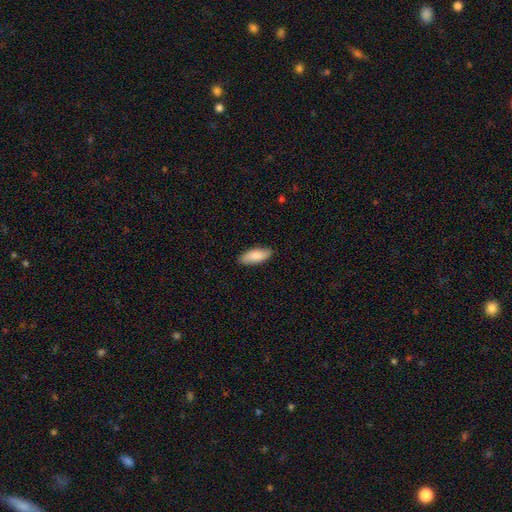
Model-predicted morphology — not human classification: A smooth galaxy with no disk features (87%) that is in between round and cigar-shaped (77%).

Vote fractions:
- Smooth or featured? smooth: 87% / featured or disk: 8% / star or artifact: 5%
- How rounded? in between: 77% / cigar-shaped: 21% / round: 2%
- Merging? none: 87% / minor disturbance: 10% / major disturbance: 2% / merger: 1%